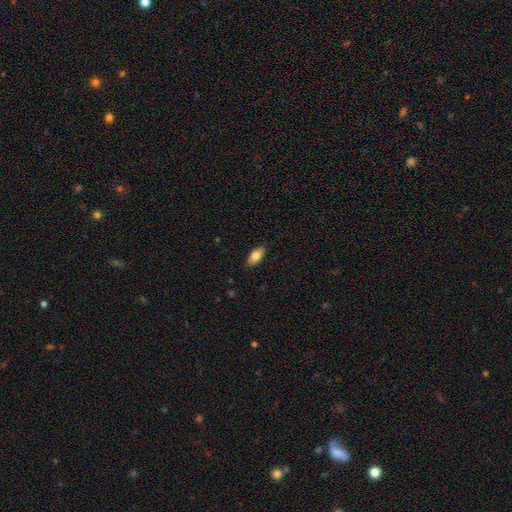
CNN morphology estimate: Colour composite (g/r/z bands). It shows a smooth galaxy with no disk features (80%) that is in between round and cigar-shaped (88%). Merging: none (87%).